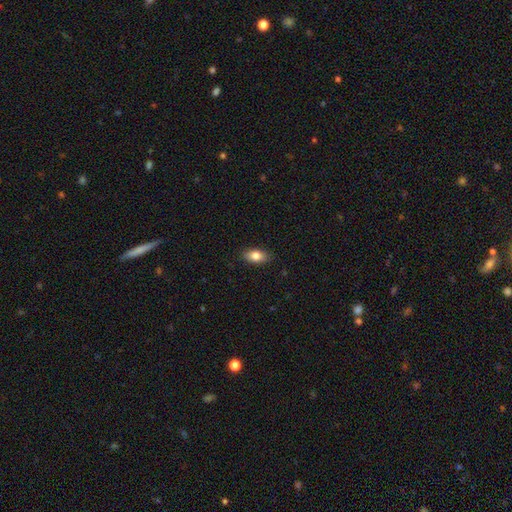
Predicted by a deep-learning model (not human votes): A smooth galaxy with no disk features (82%) that is in between round and cigar-shaped (89%).

Vote fractions:
- Smooth or featured? smooth: 82% / featured or disk: 11% / star or artifact: 7%
- How rounded? in between: 89% / round: 6% / cigar-shaped: 5%
- Merging? none: 87% / minor disturbance: 10% / major disturbance: 2% / merger: 1%